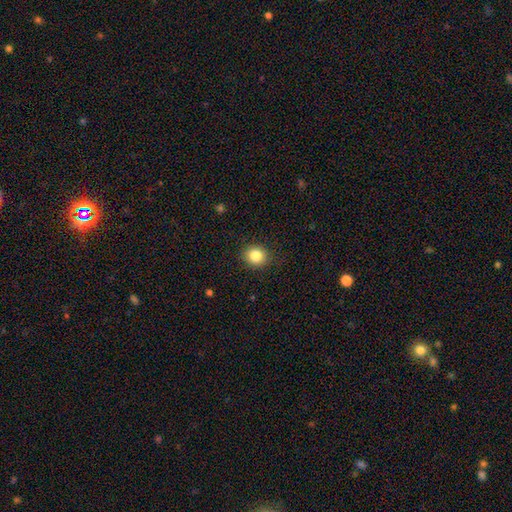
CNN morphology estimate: smooth_or_featured: smooth (p=0.85) [alt: star or artifact p=0.10]
how_rounded: round (p=0.78) [alt: in between p=0.21]
merging: none (p=0.88) [alt: minor disturbance p=0.09]